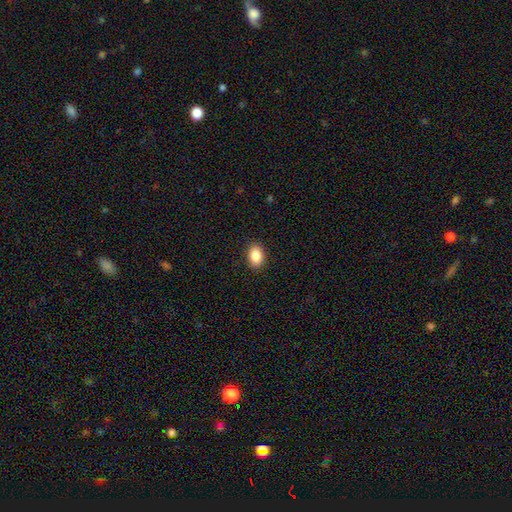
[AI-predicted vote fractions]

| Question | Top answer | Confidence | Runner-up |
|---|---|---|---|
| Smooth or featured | smooth | 87% | star or artifact (8%) |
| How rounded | in between | 84% | round (14%) |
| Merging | none | 90% | minor disturbance (7%) |